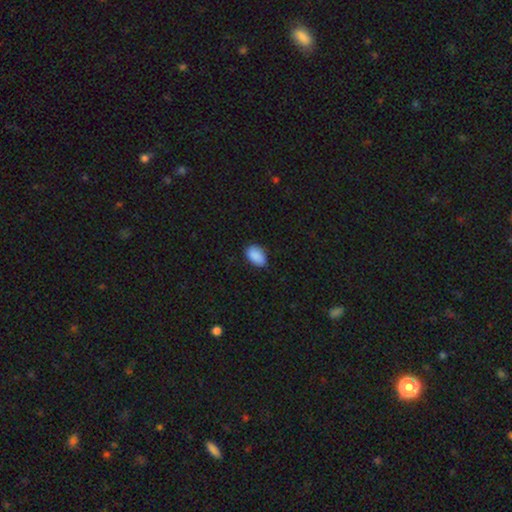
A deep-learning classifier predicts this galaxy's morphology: Q: Smooth or featured?
A: smooth (90%); runner-up: star or artifact (7%)
Q: How rounded?
A: in between (90%); runner-up: round (8%)
Q: Merging?
A: none (80%); runner-up: minor disturbance (17%)